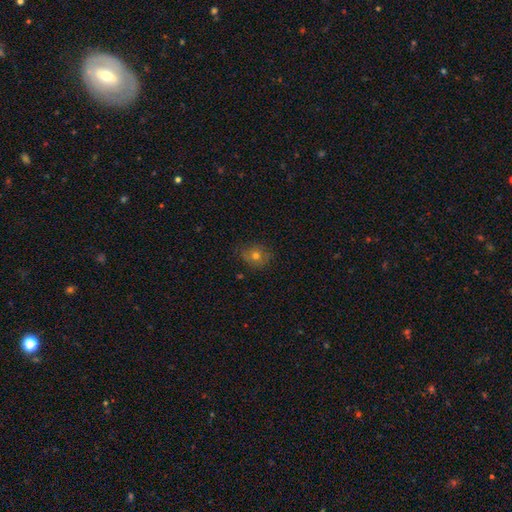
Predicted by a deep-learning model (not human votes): Q: Smooth or featured?
A: smooth (65%); runner-up: featured or disk (19%)
Q: How rounded?
A: round (70%); runner-up: in between (29%)
Q: Merging?
A: none (75%); runner-up: minor disturbance (19%)